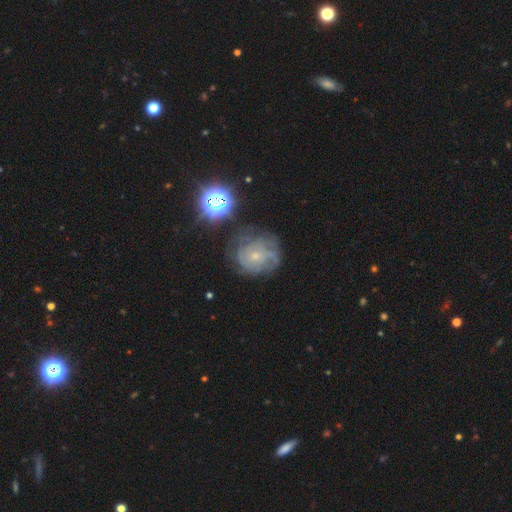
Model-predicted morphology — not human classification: type=featured or disk (63%); edge-on=no (97%); bar=no (78%); spiral arms=yes (79%); bulge=small (70%); merging=none (62%).